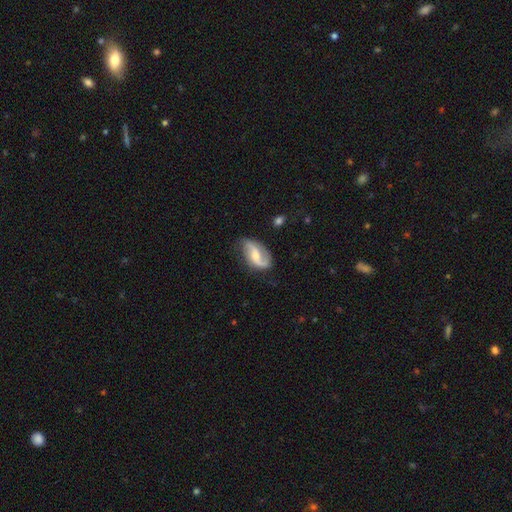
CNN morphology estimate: The model was most divided on "bulge size": moderate: 46%, small: 44%, none: 6%, large: 4%, dominant: 1%. Remaining: edge-on disk — no (96%); spiral arms — yes (94%); spiral arm count — 2 (83%); smooth or featured — featured or disk (79%); merging — none (66%); spiral winding — loose (60%); bar — weak (42%).